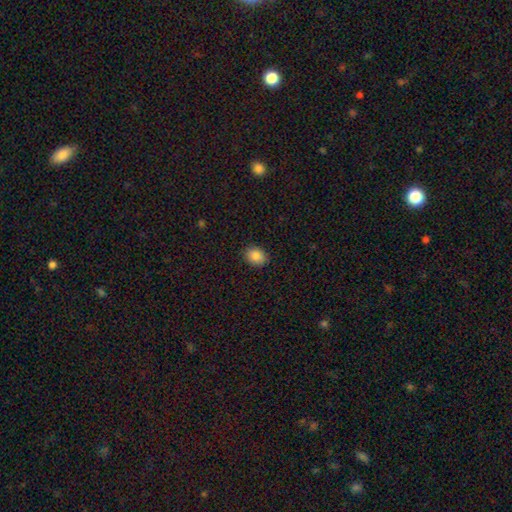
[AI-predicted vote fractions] This appears to be a smooth galaxy with no disk features (85%) that is in between round and cigar-shaped (59%). Merging: none (89%).